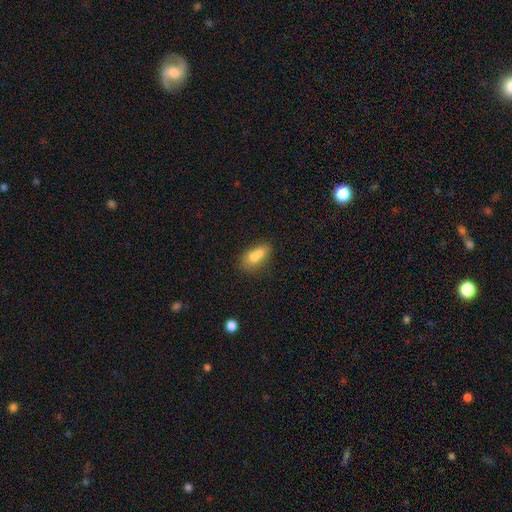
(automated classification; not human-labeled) A smooth galaxy with no disk features (71%) that is in between round and cigar-shaped (77%). Merging: merger (47%).